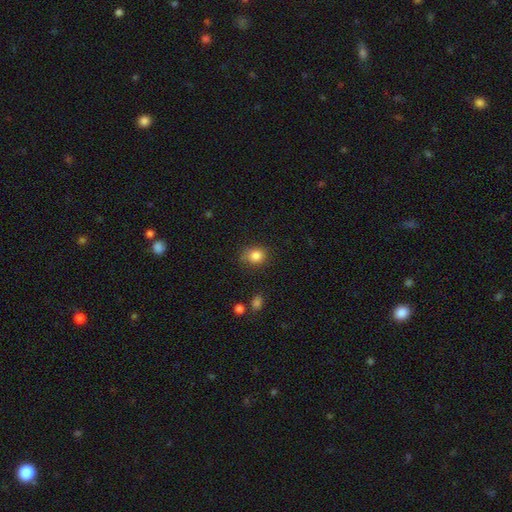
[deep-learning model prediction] A smooth galaxy with no disk features (84%) that is round (66%). Merging: none (74%).